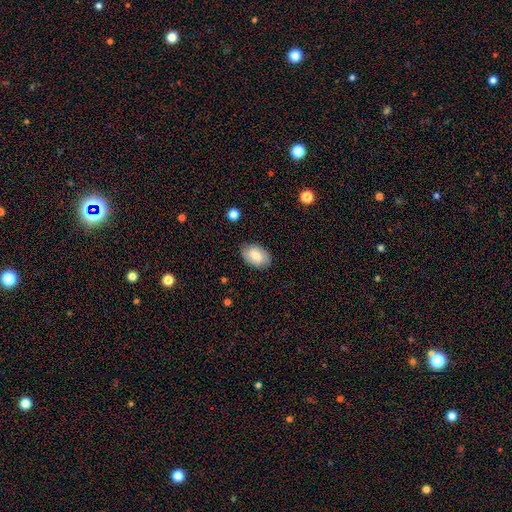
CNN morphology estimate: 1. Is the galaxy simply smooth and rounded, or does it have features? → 73% smooth, 20% featured or disk, 7% star or artifact.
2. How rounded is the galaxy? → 89% in between, 10% round, 1% cigar-shaped.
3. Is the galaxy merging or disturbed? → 84% none, 13% minor disturbance, 3% major disturbance, 1% merger.